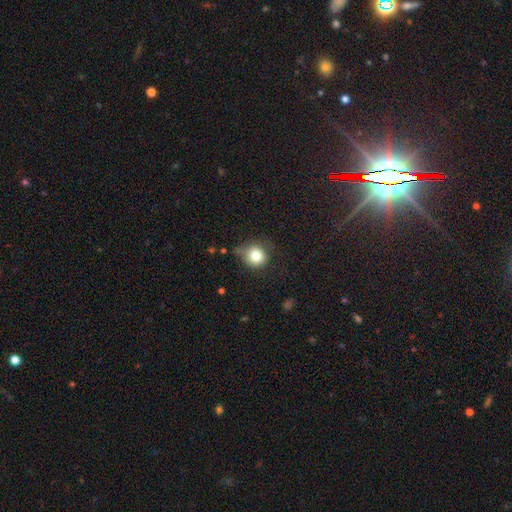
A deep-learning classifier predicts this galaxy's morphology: smooth_or_featured: smooth (p=0.79) [alt: star or artifact p=0.11]
how_rounded: round (p=0.86) [alt: in between p=0.13]
merging: none (p=0.63) [alt: minor disturbance p=0.26]